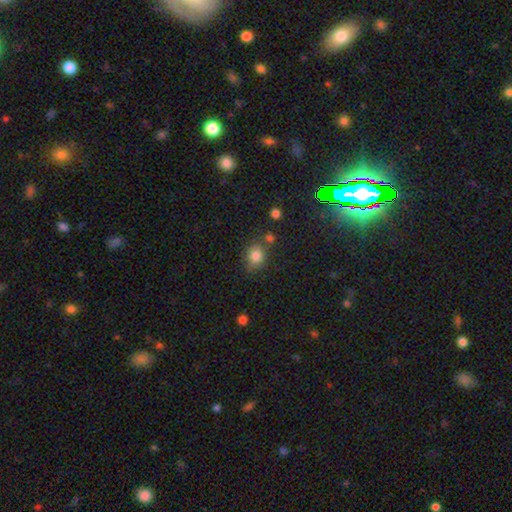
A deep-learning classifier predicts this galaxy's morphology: Smooth or featured: smooth — 82% (star or artifact — 11%)
How rounded: round — 67% (in between — 32%)
Merging: none — 71% (minor disturbance — 15%)